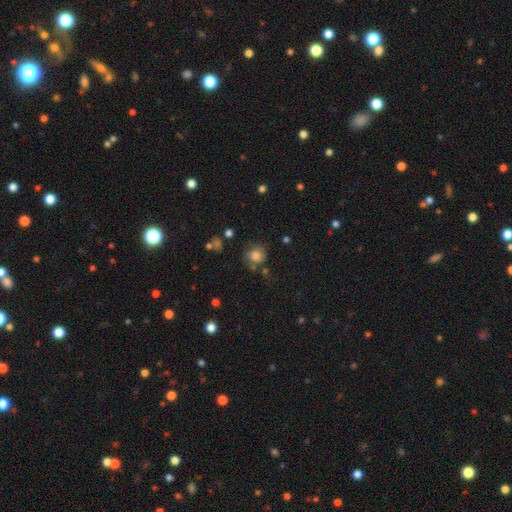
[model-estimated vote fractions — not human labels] The model was most divided on "merging": none: 63%, minor disturbance: 20%, major disturbance: 9%, merger: 7%. More confident: how rounded — round (81%); smooth or featured — smooth (75%).